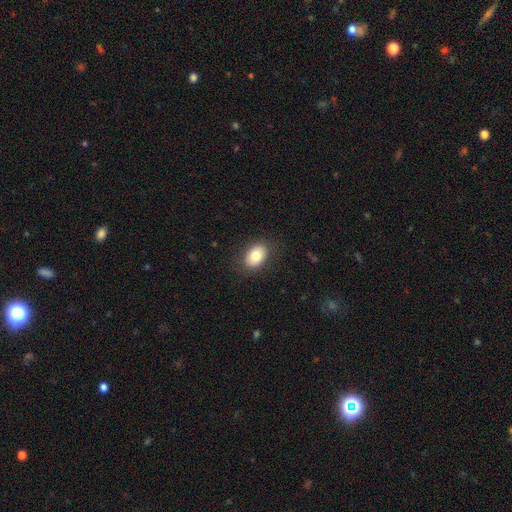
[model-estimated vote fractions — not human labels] Morphology: type=smooth (81%); roundness=in between (82%); merging=none (86%).